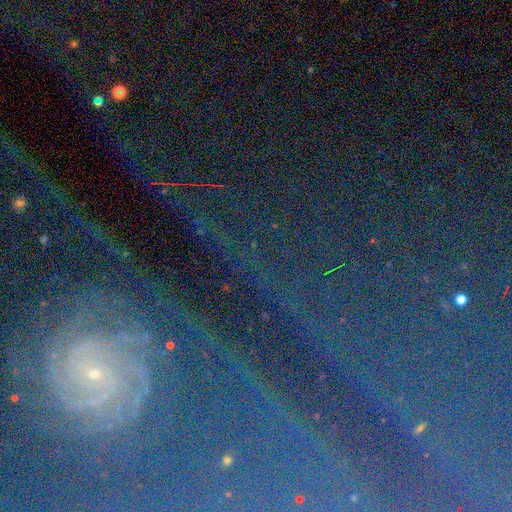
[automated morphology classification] type=featured or disk (43%); merging=none (77%).